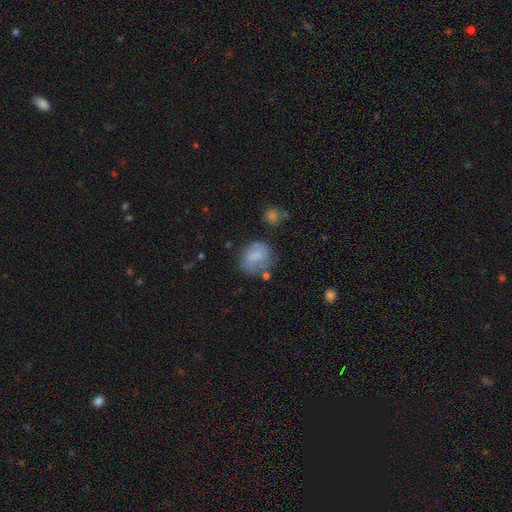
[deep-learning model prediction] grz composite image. It shows a smooth galaxy with no disk features (68%) that is round (60%). Merging: none (53%).